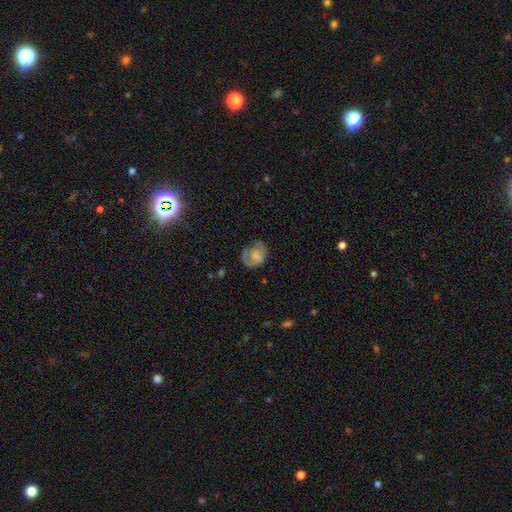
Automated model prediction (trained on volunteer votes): Q: Smooth or featured?
A: featured or disk (50%); runner-up: smooth (42%)
Q: Edge-on disk?
A: no (97%); runner-up: yes (3%)
Q: Merging?
A: none (54%); runner-up: minor disturbance (25%)